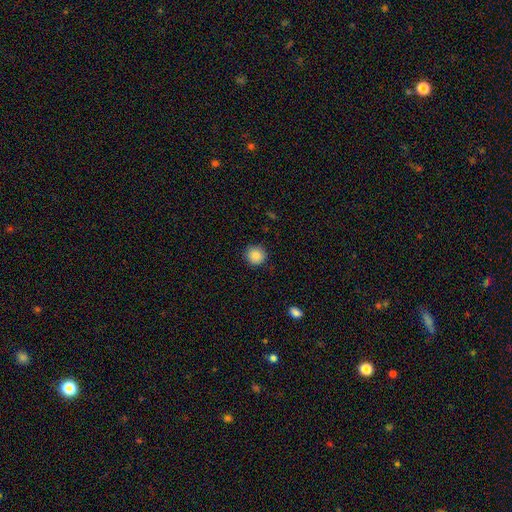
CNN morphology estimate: A smooth galaxy with no disk features (86%) that is round (93%).

Vote fractions:
- Smooth or featured? smooth: 86% / star or artifact: 9% / featured or disk: 5%
- How rounded? round: 93% / in between: 6% / cigar-shaped: 1%
- Merging? none: 90% / minor disturbance: 7% / major disturbance: 2% / merger: 1%